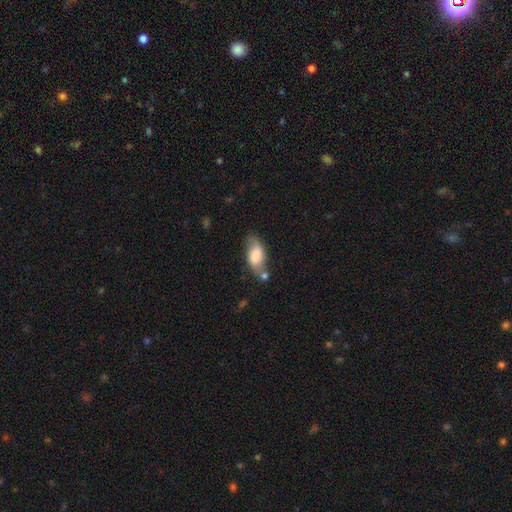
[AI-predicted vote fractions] smooth-or-featured: smooth: 67% | featured or disk: 26% | star or artifact: 7%
  how-rounded: in between: 88% | cigar-shaped: 8% | round: 4%
  merging: none: 52% | minor disturbance: 25% | merger: 15% | major disturbance: 8%